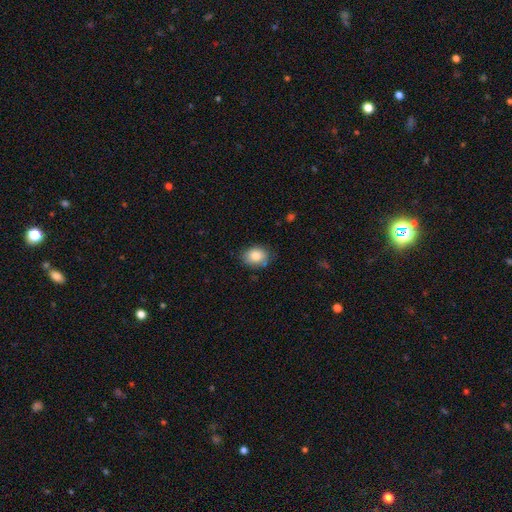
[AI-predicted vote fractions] Q: Smooth or featured?
A: smooth (83%); runner-up: featured or disk (8%)
Q: How rounded?
A: in between (65%); runner-up: round (34%)
Q: Merging?
A: none (76%); runner-up: minor disturbance (19%)